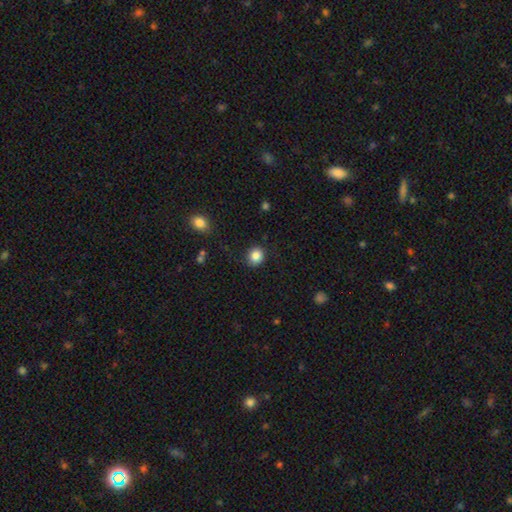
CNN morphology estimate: Q: Smooth or featured?
A: smooth (86%); runner-up: star or artifact (10%)
Q: How rounded?
A: round (81%); runner-up: in between (18%)
Q: Merging?
A: none (84%); runner-up: minor disturbance (11%)